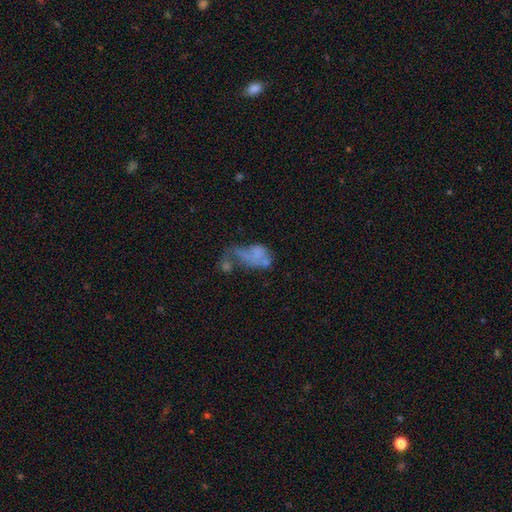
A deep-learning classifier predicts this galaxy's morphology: type=smooth (45%); merging=major disturbance (34%, tied with merger).